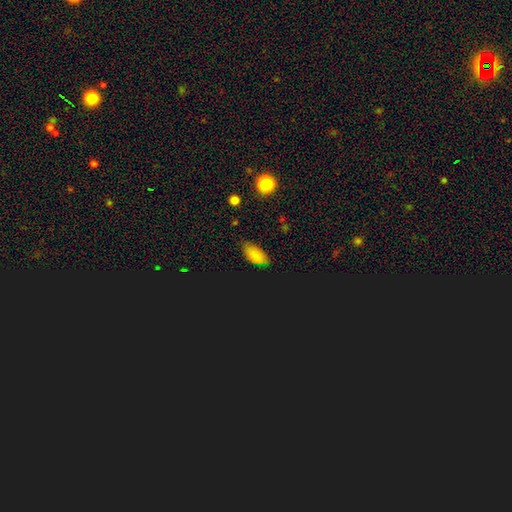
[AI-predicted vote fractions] Morphology: type=smooth (72%); roundness=in between (90%); merging=none (74%).